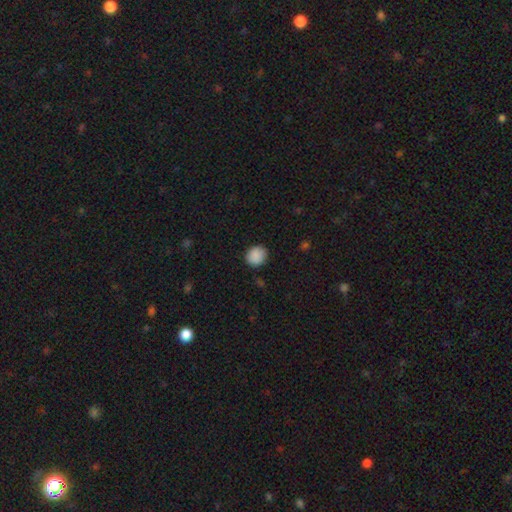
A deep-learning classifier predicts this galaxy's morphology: Smooth or featured? smooth (89%)
How rounded? round (79%)
Merging? none (87%)